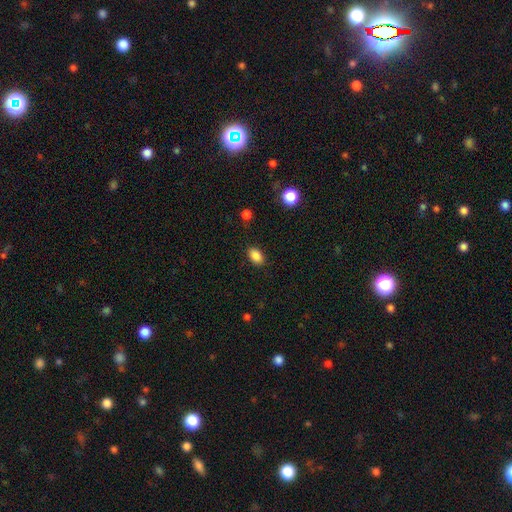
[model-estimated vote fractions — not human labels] This is clearly a smooth galaxy (87%). How rounded: clearly in between (86%). Merging: clearly none (87%).